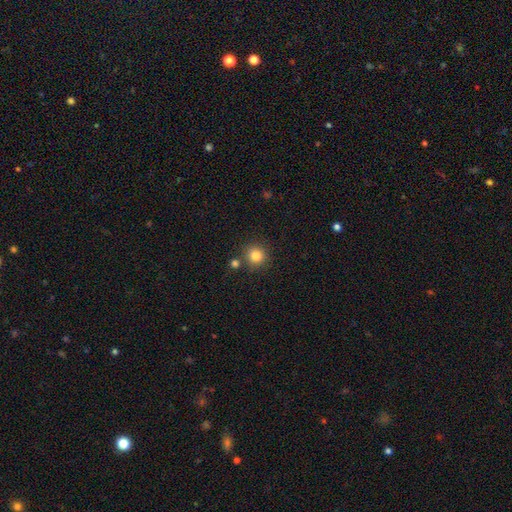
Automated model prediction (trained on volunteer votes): The model was most divided on "smooth or featured": smooth: 83%, star or artifact: 12%, featured or disk: 6%. More confident: how rounded — round (93%); merging — none (82%).